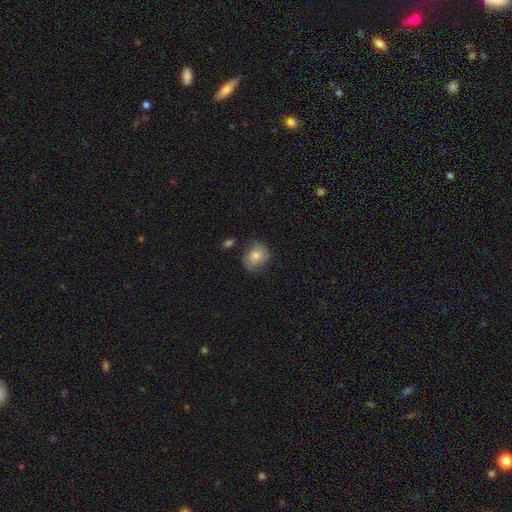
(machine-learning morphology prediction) Overall: smooth (66%). How rounded: round (55%; in between 44%). Merging: none (65%).